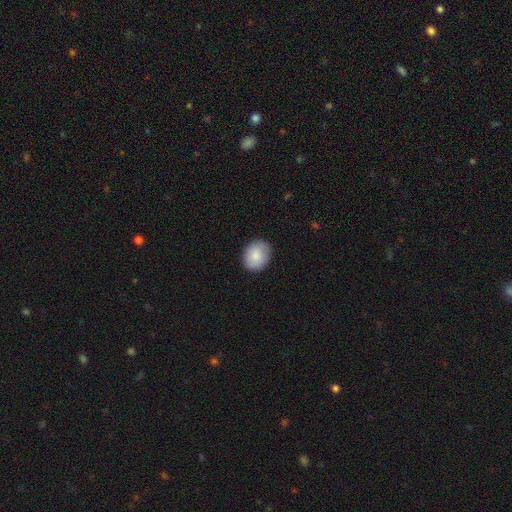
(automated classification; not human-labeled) Smooth or featured: smooth — 84% (featured or disk — 9%)
How rounded: round — 51% (in between — 48%)
Merging: none — 86% (minor disturbance — 11%)